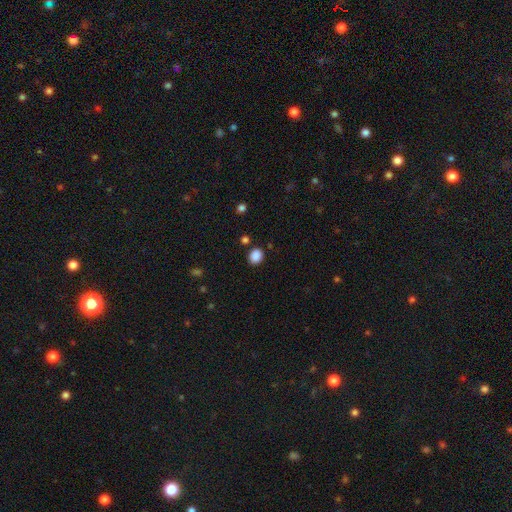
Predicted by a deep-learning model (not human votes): Overall: smooth (87%). How rounded: round (56%; in between 43%). Merging: none (84%).